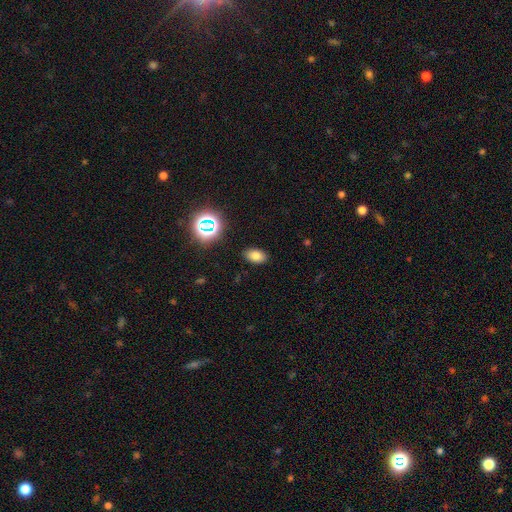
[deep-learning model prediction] Morphology: type=smooth (76%); roundness=in between (87%); merging=none (87%).